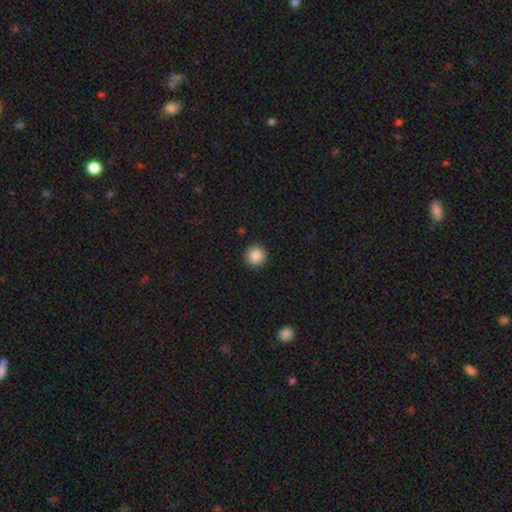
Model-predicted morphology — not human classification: The model was most divided on "smooth or featured": smooth: 88%, star or artifact: 9%, featured or disk: 3%. More confident: how rounded — round (96%); merging — none (92%).